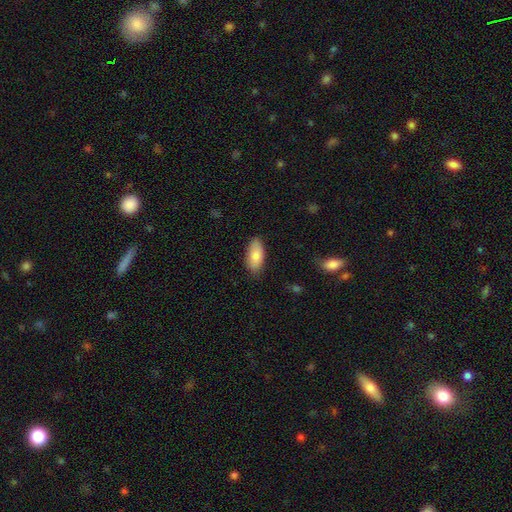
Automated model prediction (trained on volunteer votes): Smooth or featured? Predicted: smooth (p=0.83). How rounded? Predicted: in between (p=0.89). Merging? Predicted: none (p=0.82).